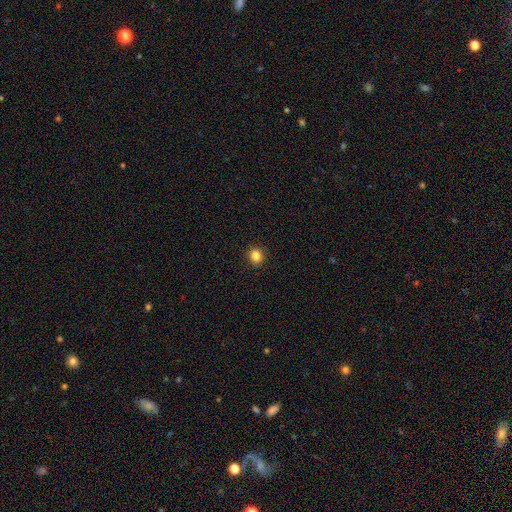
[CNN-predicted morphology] Smooth or featured?
  - smooth: 84% *
  - star or artifact: 12%
  - featured or disk: 5%
How rounded?
  - round: 85% *
  - in between: 14%
  - cigar-shaped: 1%
Merging?
  - none: 91% *
  - minor disturbance: 6%
  - major disturbance: 2%
  - merger: 1%